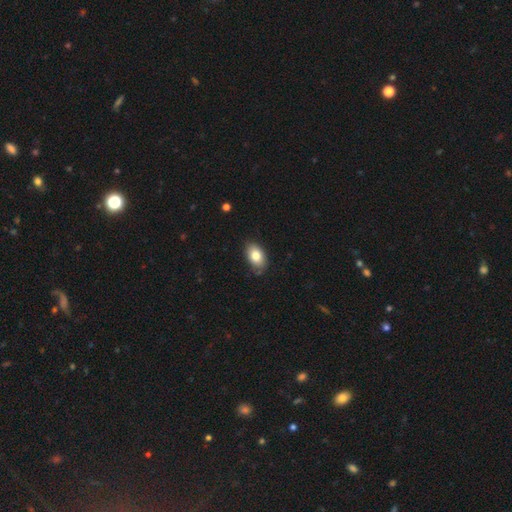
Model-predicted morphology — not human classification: type=smooth (82%); roundness=in between (90%); merging=none (80%).